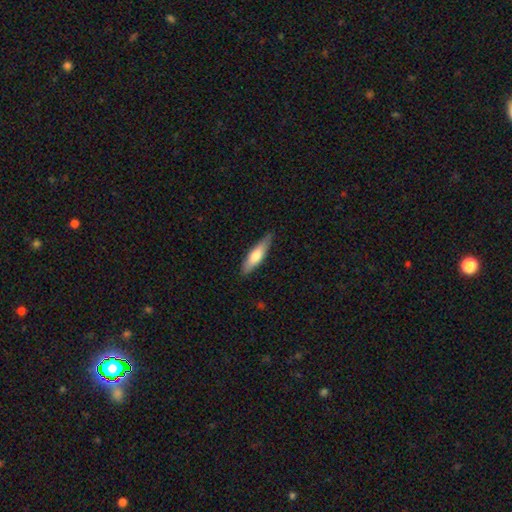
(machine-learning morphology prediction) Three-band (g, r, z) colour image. It shows a smooth galaxy with no disk features (62%) that is cigar-shaped (70%). Merging: none (85%).